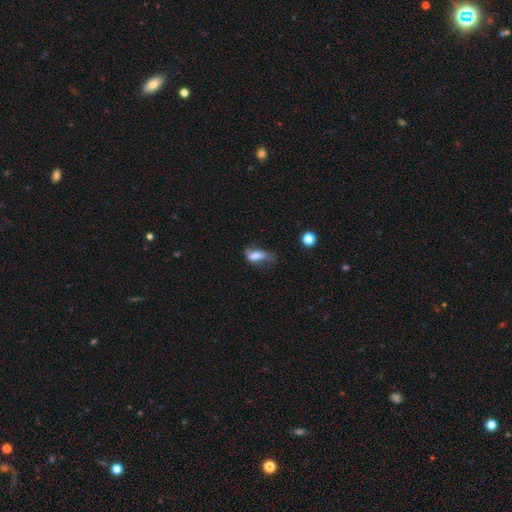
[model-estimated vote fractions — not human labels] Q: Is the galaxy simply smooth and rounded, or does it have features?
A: smooth — 64%.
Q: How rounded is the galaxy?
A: in between — 76%.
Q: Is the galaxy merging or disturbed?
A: major disturbance — 34%.